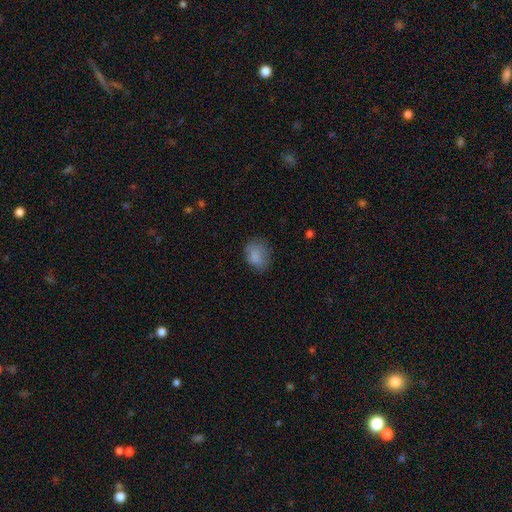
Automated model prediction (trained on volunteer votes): A smooth galaxy with no disk features (82%) that is in between round and cigar-shaped (53%).

Vote fractions:
- Smooth or featured? smooth: 82% / star or artifact: 10% / featured or disk: 9%
- How rounded? in between: 53% / round: 46% / cigar-shaped: 1%
- Merging? none: 67% / minor disturbance: 23% / major disturbance: 9% / merger: 1%